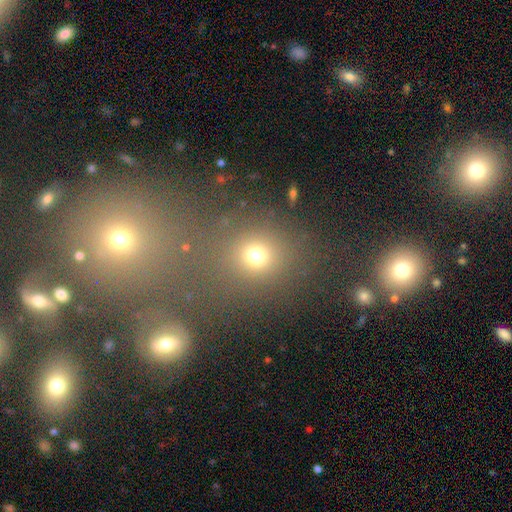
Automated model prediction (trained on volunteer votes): A smooth galaxy with no disk features (68%) that is round (77%). Merging: none (70%).